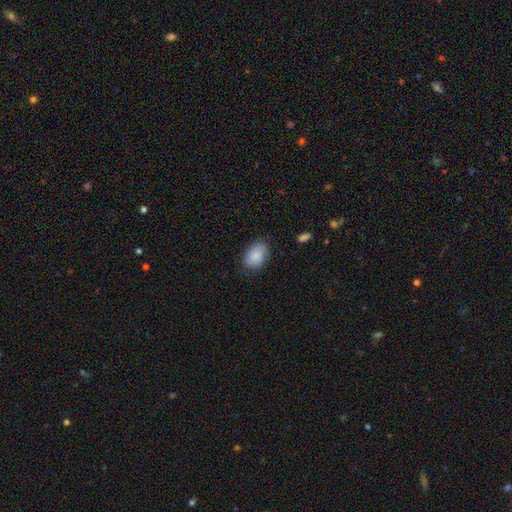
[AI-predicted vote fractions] smooth_or_featured: smooth (p=0.87) [alt: featured or disk p=0.07]
how_rounded: in between (p=0.85) [alt: round p=0.14]
merging: none (p=0.80) [alt: minor disturbance p=0.16]